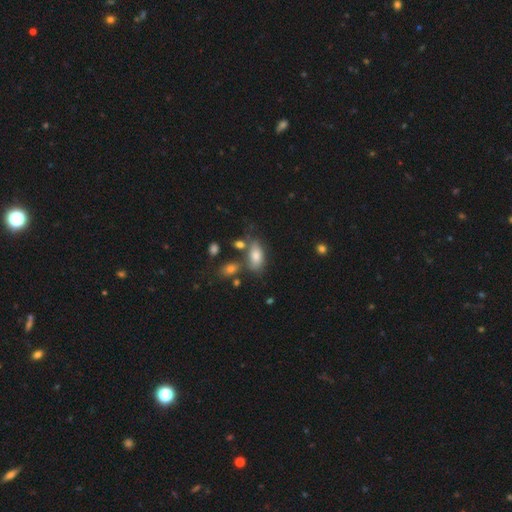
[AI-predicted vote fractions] Smooth or featured?
  - smooth: 77% *
  - featured or disk: 15%
  - star or artifact: 9%
How rounded?
  - in between: 87% *
  - cigar-shaped: 9%
  - round: 4%
Merging?
  - none: 62% *
  - minor disturbance: 17%
  - merger: 14%
  - major disturbance: 6%